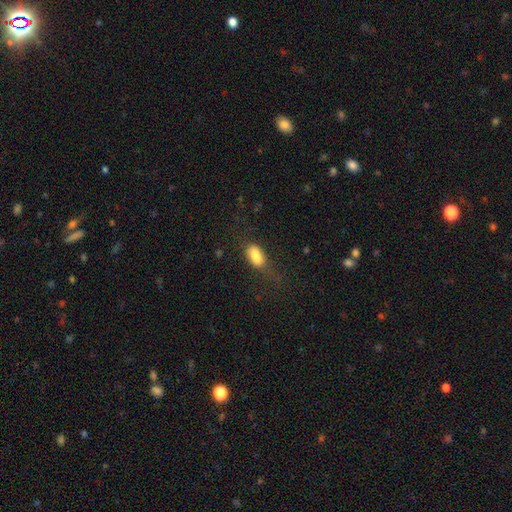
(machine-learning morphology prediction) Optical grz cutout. It shows a smooth galaxy with no disk features (83%) that is in between round and cigar-shaped (88%). Merging: none (56%).